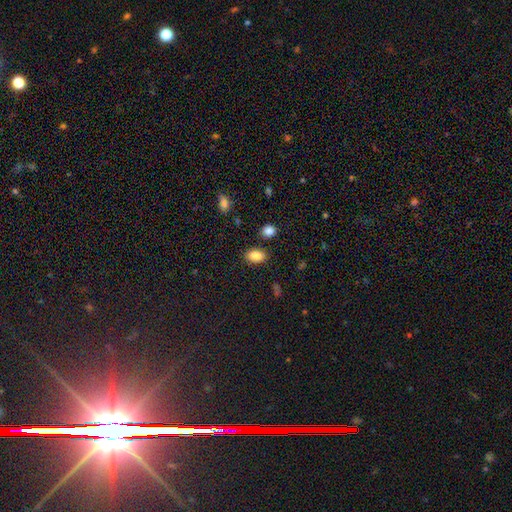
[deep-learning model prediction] smooth 87%, star or artifact 9%, featured or disk 4%. Down the decision tree: how rounded — in between (84%); merging — none (84%).